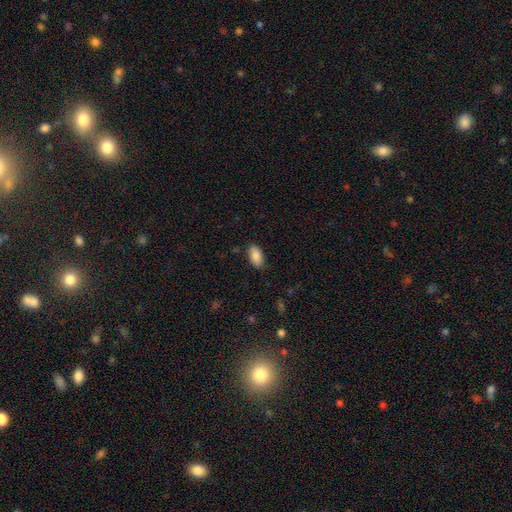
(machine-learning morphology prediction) smooth-or-featured: smooth: 88% | star or artifact: 7% | featured or disk: 5%
  how-rounded: in between: 94% | cigar-shaped: 3% | round: 3%
  merging: none: 84% | minor disturbance: 12% | major disturbance: 3% | merger: 1%